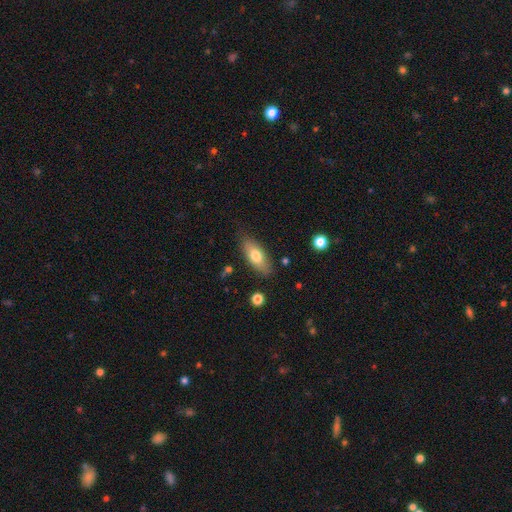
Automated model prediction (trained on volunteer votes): Q: Smooth or featured?
A: smooth (71%); runner-up: featured or disk (23%)
Q: How rounded?
A: in between (80%); runner-up: cigar-shaped (17%)
Q: Merging?
A: none (79%); runner-up: minor disturbance (16%)